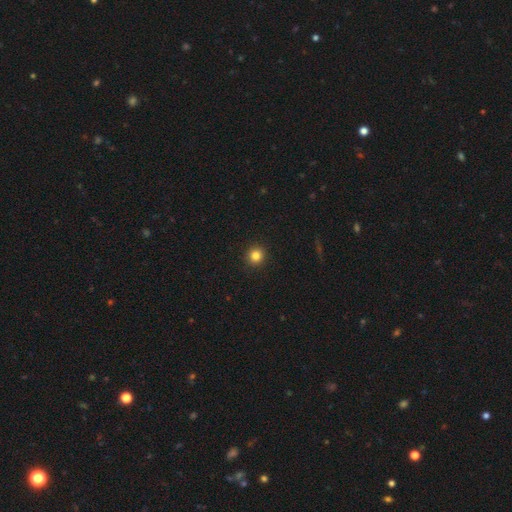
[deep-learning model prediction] This appears to be a smooth galaxy with no disk features (83%) that is round (94%). Merging: none (93%).